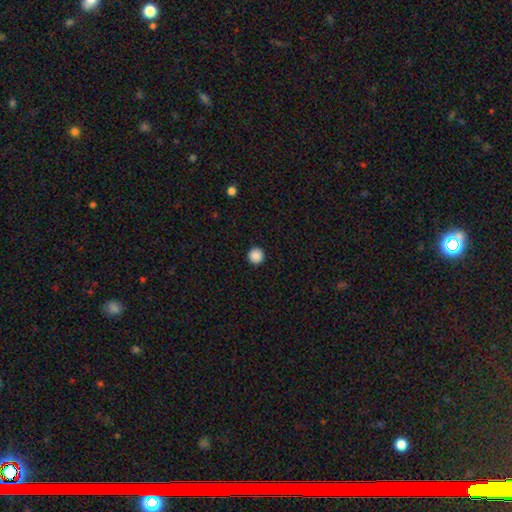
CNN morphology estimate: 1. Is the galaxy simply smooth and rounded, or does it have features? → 88% smooth, 9% star or artifact, 2% featured or disk.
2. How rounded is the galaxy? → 96% round, 3% in between, 1% cigar-shaped.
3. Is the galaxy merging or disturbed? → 94% none, 4% minor disturbance, 1% major disturbance, 1% merger.